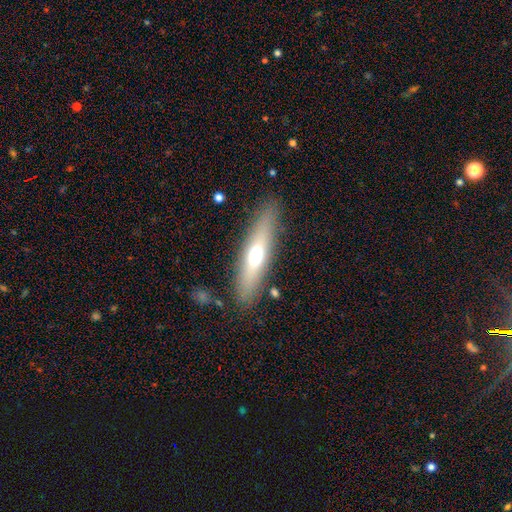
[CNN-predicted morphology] Smooth or featured?
  - smooth: 53% *
  - featured or disk: 39%
  - star or artifact: 8%
How rounded?
  - cigar-shaped: 62% *
  - in between: 35%
  - round: 3%
Merging?
  - none: 85% *
  - minor disturbance: 9%
  - major disturbance: 4%
  - merger: 2%